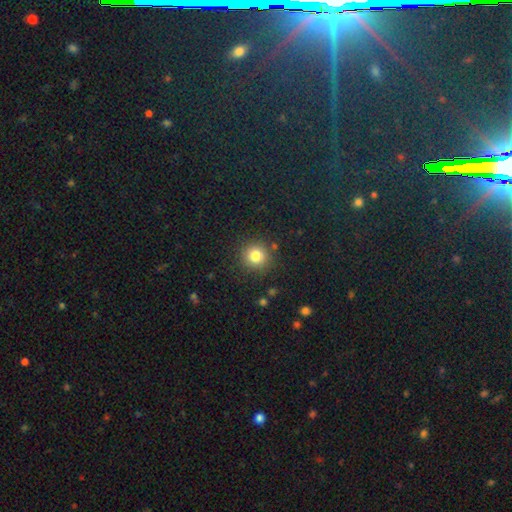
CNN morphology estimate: type=smooth (81%); roundness=round (93%); merging=none (87%).